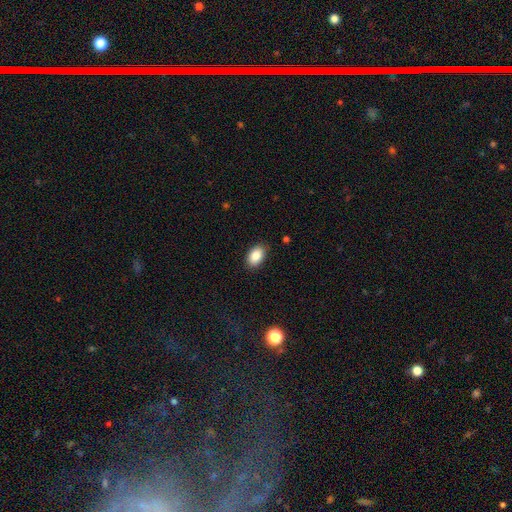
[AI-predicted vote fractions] A smooth galaxy with no disk features (87%) that is in between round and cigar-shaped (89%).

Vote fractions:
- Smooth or featured? smooth: 87% / star or artifact: 8% / featured or disk: 6%
- How rounded? in between: 89% / round: 10% / cigar-shaped: 1%
- Merging? none: 87% / minor disturbance: 10% / major disturbance: 2% / merger: 1%